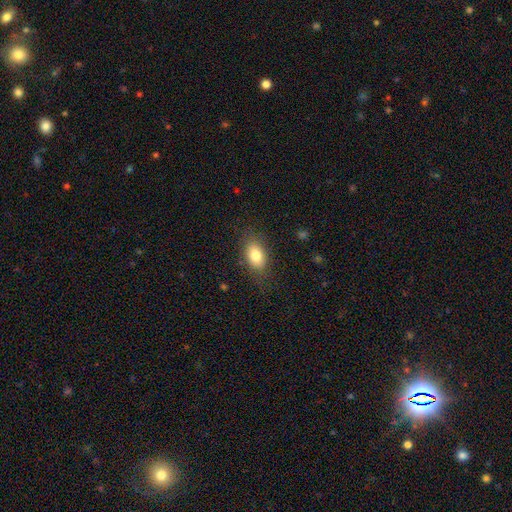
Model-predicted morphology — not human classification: Q: Smooth or featured?
A: smooth (80%); runner-up: featured or disk (12%)
Q: How rounded?
A: in between (87%); runner-up: round (10%)
Q: Merging?
A: none (81%); runner-up: minor disturbance (13%)